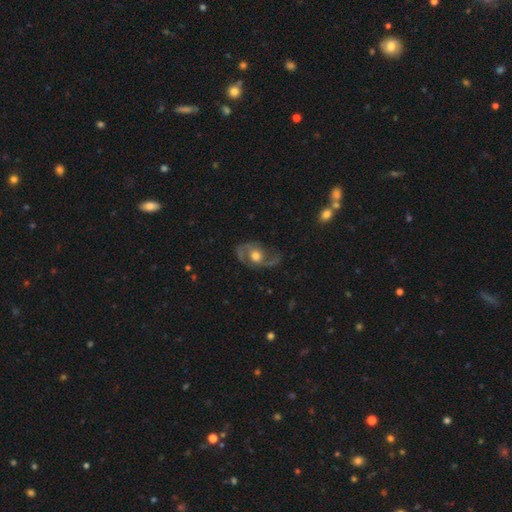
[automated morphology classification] A featured or disk galaxy (82%) with no bar (67%), 2 (89%) medium (47%) spiral arms (92%) and a moderate central bulge (68%).

Vote fractions:
- Smooth or featured? featured or disk: 82% / smooth: 12% / star or artifact: 6%
- Edge-on disk? no: 96% / yes: 4%
- Bar? no: 67% / weak: 25% / strong: 7%
- Spiral arms? yes: 92% / no: 8%
- Spiral winding? medium: 47% / loose: 41% / tight: 12%
- Spiral arm count? 2: 89% / 1: 4% / can't tell: 3% / 3: 2% / 4: 1% / more than 4: 1%
- Bulge size? moderate: 68% / large: 18% / small: 11% / dominant: 2% / none: 1%
- Merging? none: 69% / minor disturbance: 17% / major disturbance: 12% / merger: 2%